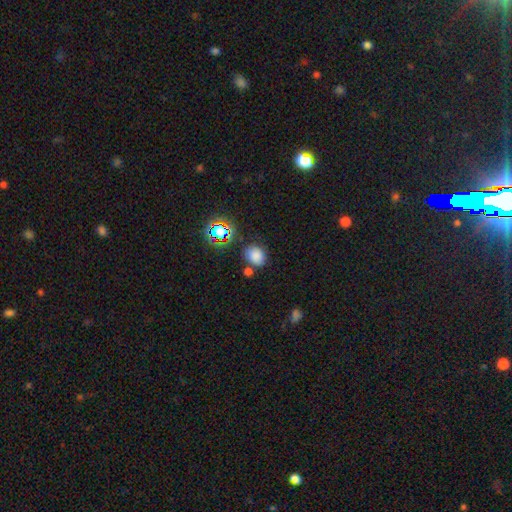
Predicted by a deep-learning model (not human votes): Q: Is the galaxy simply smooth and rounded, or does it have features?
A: smooth — 75%.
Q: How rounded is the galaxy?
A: round — 54%.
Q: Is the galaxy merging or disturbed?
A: none — 70%.